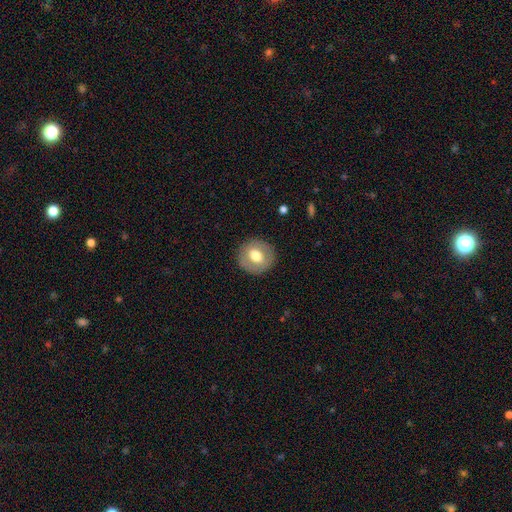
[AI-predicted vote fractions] Smooth or featured?
  - smooth: 62% *
  - featured or disk: 30%
  - star or artifact: 7%
How rounded?
  - round: 89% *
  - in between: 10%
  - cigar-shaped: 1%
Merging?
  - none: 88% *
  - minor disturbance: 8%
  - major disturbance: 3%
  - merger: 1%